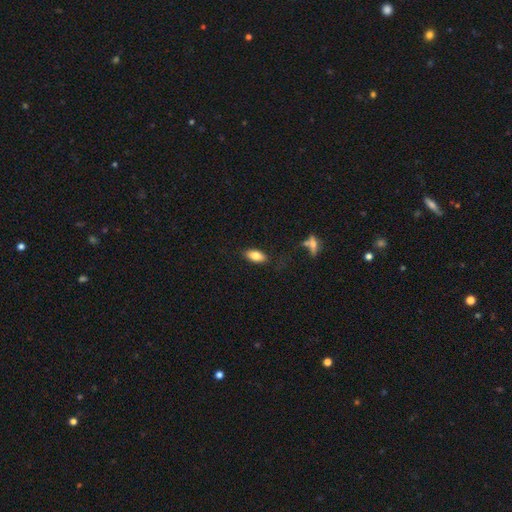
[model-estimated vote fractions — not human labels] The model was most divided on "smooth or featured": smooth: 78%, featured or disk: 14%, star or artifact: 8%. More confident: how rounded — in between (89%); merging — none (83%).